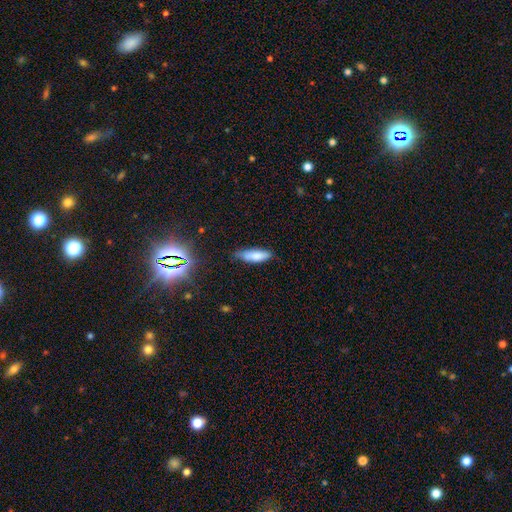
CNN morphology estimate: Q: Smooth or featured?
A: smooth (80%); runner-up: featured or disk (12%)
Q: How rounded?
A: cigar-shaped (49%); tied with: in between (49%)
Q: Merging?
A: none (68%); runner-up: minor disturbance (25%)